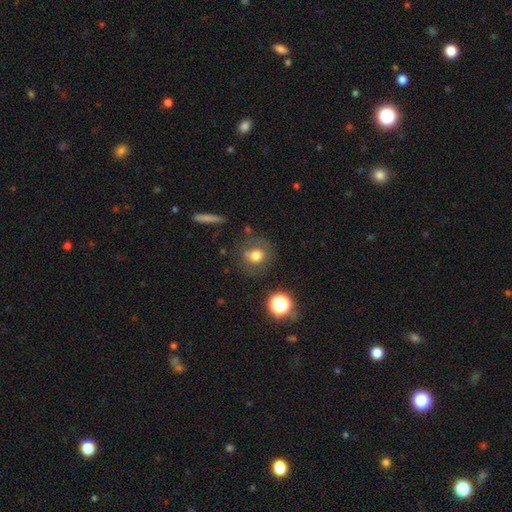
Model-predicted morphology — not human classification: A smooth galaxy with no disk features (71%) that is round (80%).

Vote fractions:
- Smooth or featured? smooth: 71% / featured or disk: 16% / star or artifact: 13%
- How rounded? round: 80% / in between: 19% / cigar-shaped: 1%
- Merging? none: 74% / minor disturbance: 15% / major disturbance: 7% / merger: 4%